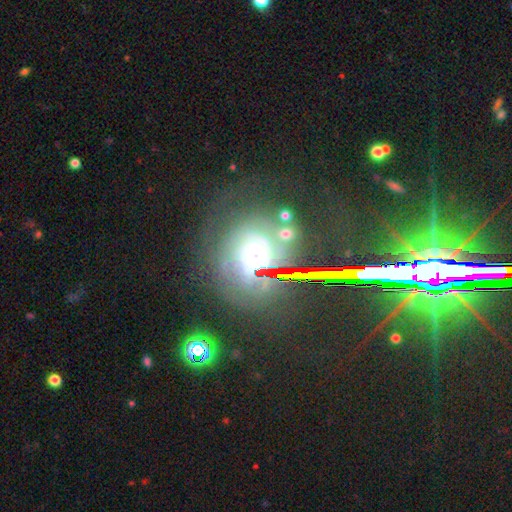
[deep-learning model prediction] smooth_or_featured: featured or disk (p=0.64) [alt: star or artifact p=0.18]
disk_edge_on: no (p=0.96) [alt: yes p=0.04]
bar: no (p=0.77) [alt: weak p=0.17]
has_spiral_arms: yes (p=0.83) [alt: no p=0.17]
spiral_winding: tight (p=0.63) [alt: medium p=0.27]
spiral_arm_count: can't tell (p=0.42) [alt: 2 p=0.23]
bulge_size: moderate (p=0.50) [alt: small p=0.33]
merging: none (p=0.57) [alt: minor disturbance p=0.19]